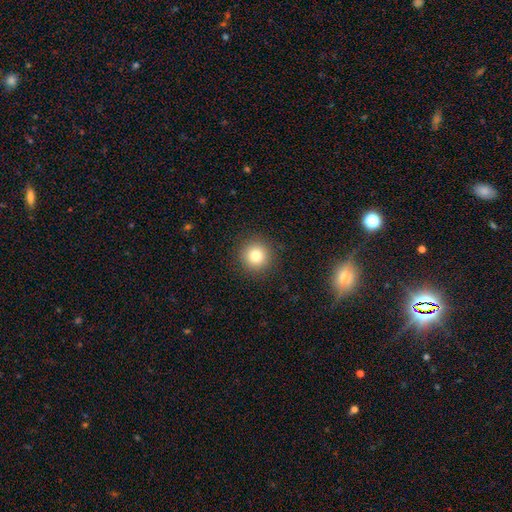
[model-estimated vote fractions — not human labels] Overall: smooth (82%). How rounded: round (95%). Merging: none (91%).